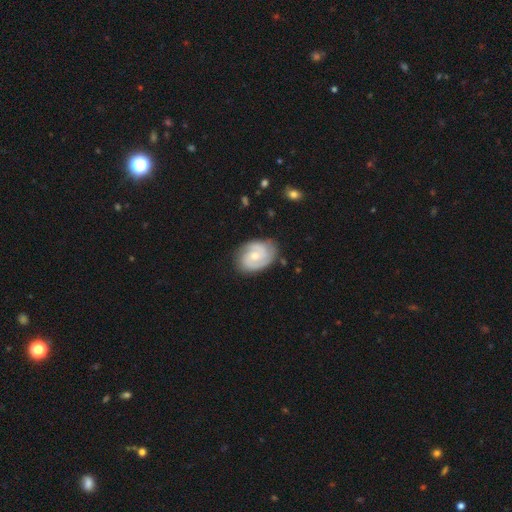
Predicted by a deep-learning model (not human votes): smooth_or_featured: featured or disk (p=0.81) [alt: smooth p=0.15]
disk_edge_on: no (p=0.97) [alt: yes p=0.03]
bar: no (p=0.61) [alt: weak p=0.34]
has_spiral_arms: yes (p=0.95) [alt: no p=0.05]
spiral_winding: tight (p=0.54) [alt: medium p=0.37]
spiral_arm_count: 2 (p=0.71) [alt: 3 p=0.12]
bulge_size: moderate (p=0.50) [alt: small p=0.46]
merging: none (p=0.77) [alt: minor disturbance p=0.17]